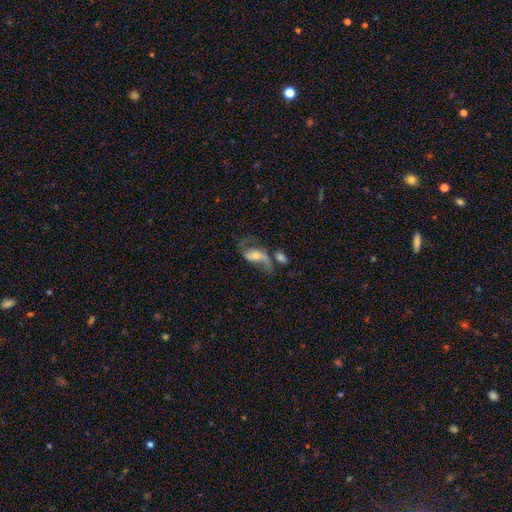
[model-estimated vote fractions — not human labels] Overall: featured or disk (68%). Edge-on disk: no (94%). Bar: no (49%; weak 31%). Spiral arms: yes (82%). Spiral arm count: 2 (81%). Spiral winding: loose (73%). Bulge size: moderate (50%; small 38%). Merging: none (35%; major disturbance 26%).